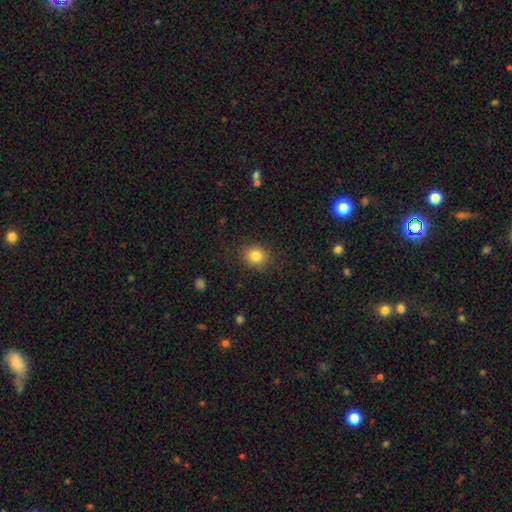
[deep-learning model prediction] Smooth or featured: smooth — 82% (star or artifact — 11%)
How rounded: round — 81% (in between — 18%)
Merging: none — 87% (minor disturbance — 9%)